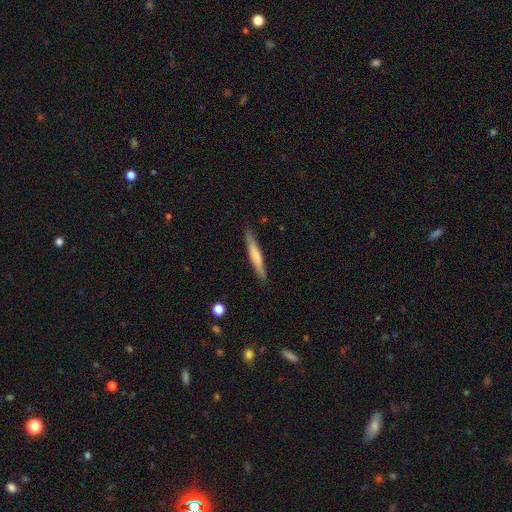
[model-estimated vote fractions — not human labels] Smooth or featured: smooth — 60% (featured or disk — 35%)
How rounded: cigar-shaped — 93% (in between — 5%)
Merging: none — 87% (minor disturbance — 10%)